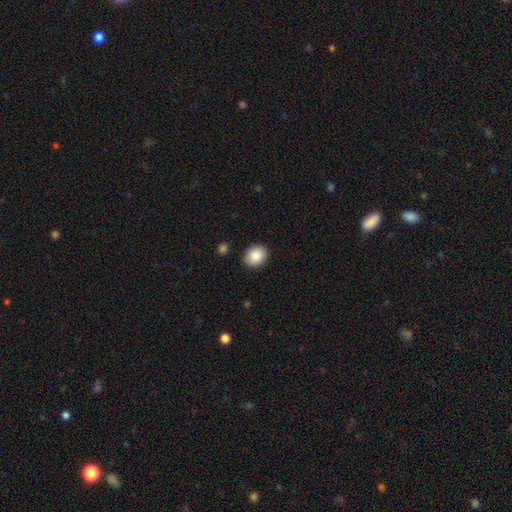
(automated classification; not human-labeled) smooth-or-featured: smooth: 88% | star or artifact: 7% | featured or disk: 4%
  how-rounded: round: 53% | in between: 46% | cigar-shaped: 1%
  merging: none: 89% | minor disturbance: 7% | major disturbance: 2% | merger: 1%